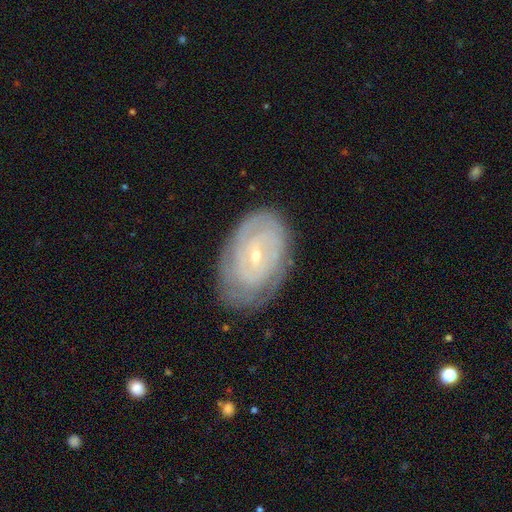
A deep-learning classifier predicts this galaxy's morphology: A featured or disk galaxy (77%) with no bar (53%), tight (77%) spiral arms (83%) and a small central bulge (75%). Merging: none (77%).